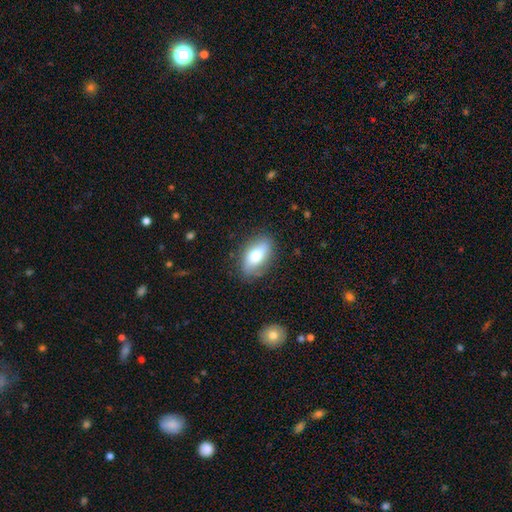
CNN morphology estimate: This is likely a smooth galaxy (67%). How rounded: clearly in between (88%). Merging: clearly none (81%).